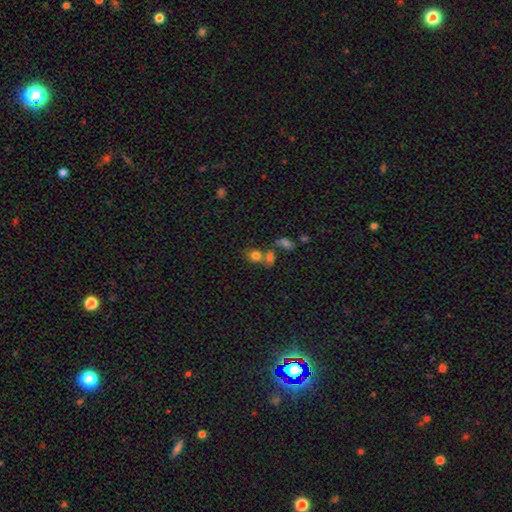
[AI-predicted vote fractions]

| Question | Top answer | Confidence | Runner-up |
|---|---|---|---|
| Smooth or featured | smooth | 76% | star or artifact (13%) |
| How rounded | round | 64% | in between (35%) |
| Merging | merger | 43% | none (41%) |